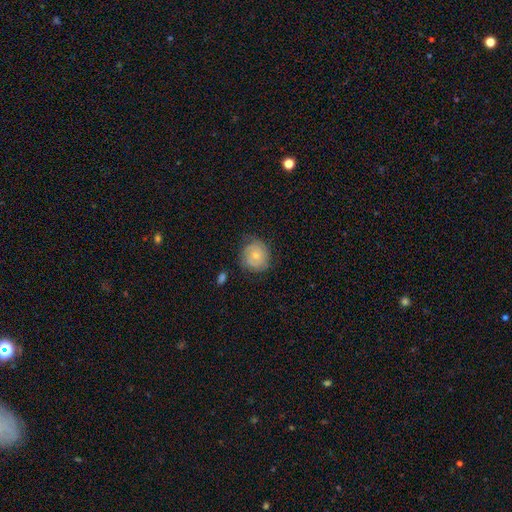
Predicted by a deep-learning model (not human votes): Q: Smooth or featured?
A: featured or disk (49%); runner-up: smooth (43%)
Q: Merging?
A: none (68%); runner-up: minor disturbance (23%)